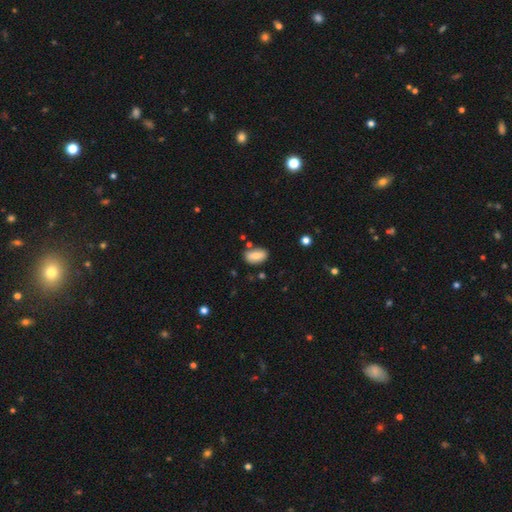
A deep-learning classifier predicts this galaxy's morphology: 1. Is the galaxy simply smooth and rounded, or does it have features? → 80% smooth, 13% featured or disk, 8% star or artifact.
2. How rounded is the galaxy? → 91% in between, 5% round, 4% cigar-shaped.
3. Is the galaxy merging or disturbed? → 76% none, 16% minor disturbance, 5% merger, 3% major disturbance.